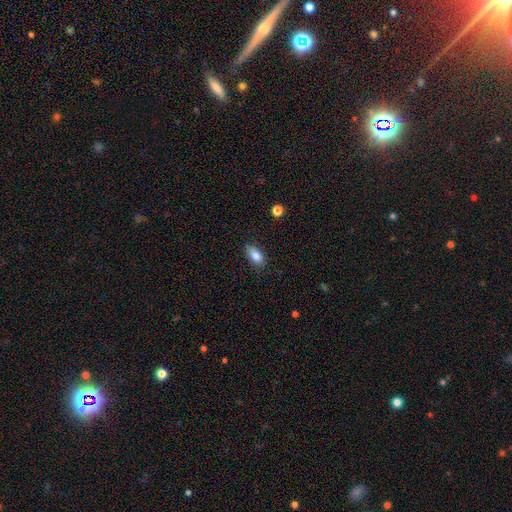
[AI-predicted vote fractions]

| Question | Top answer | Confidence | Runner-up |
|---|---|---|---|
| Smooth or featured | smooth | 84% | star or artifact (8%) |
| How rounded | in between | 88% | round (6%) |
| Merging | none | 77% | minor disturbance (18%) |